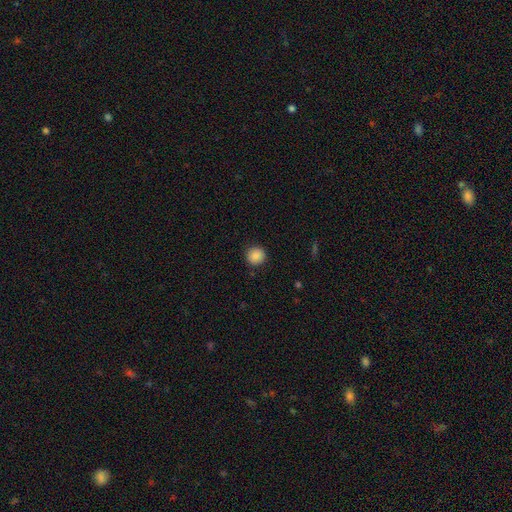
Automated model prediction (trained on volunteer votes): This is clearly a smooth galaxy (88%). How rounded: clearly round (92%). Merging: clearly none (91%).